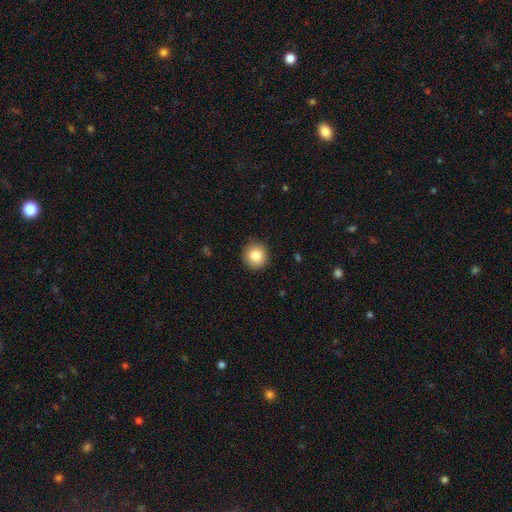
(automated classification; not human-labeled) Smooth or featured? Predicted: smooth (p=0.84). How rounded? Predicted: round (p=0.92). Merging? Predicted: none (p=0.91).